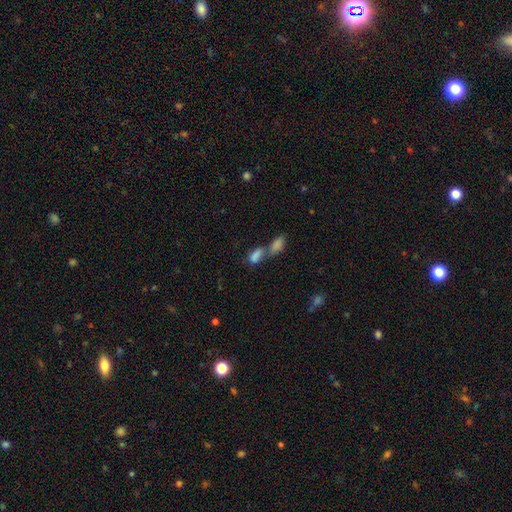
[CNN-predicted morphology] The model was most divided on "merging": merger: 71%, none: 18%, minor disturbance: 6%, major disturbance: 5%. More confident: how rounded — in between (82%); smooth or featured — smooth (78%).